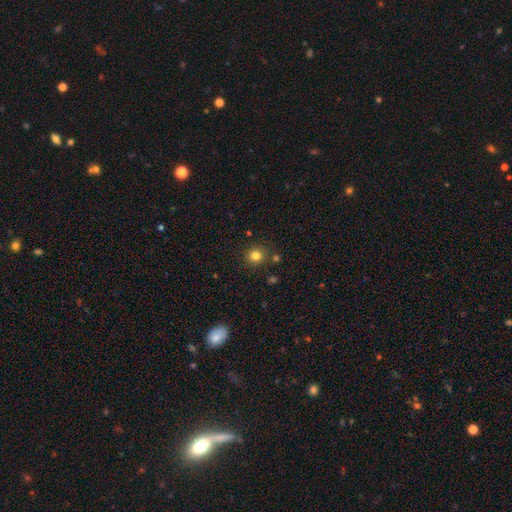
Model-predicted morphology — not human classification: smooth_or_featured: smooth (p=0.81) [alt: star or artifact p=0.13]
how_rounded: round (p=0.89) [alt: in between p=0.10]
merging: none (p=0.86) [alt: minor disturbance p=0.08]